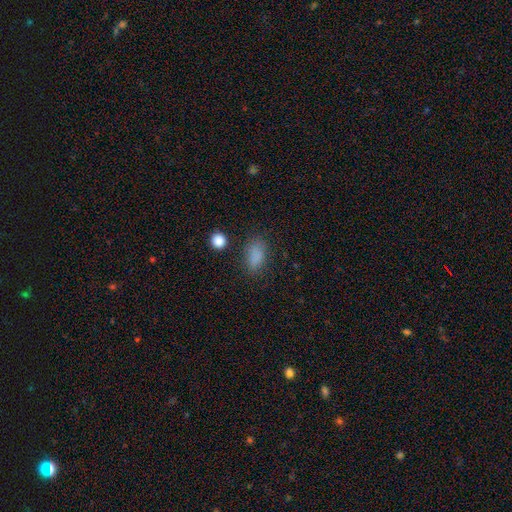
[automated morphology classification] Smooth or featured?
  - smooth: 82% *
  - star or artifact: 12%
  - featured or disk: 6%
How rounded?
  - in between: 85% *
  - round: 12%
  - cigar-shaped: 4%
Merging?
  - none: 72% *
  - minor disturbance: 17%
  - major disturbance: 7%
  - merger: 3%